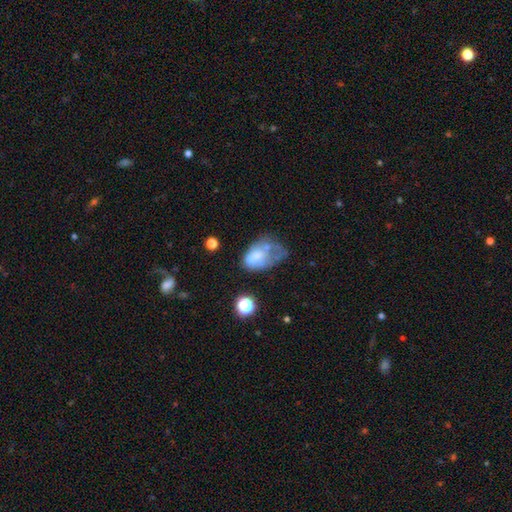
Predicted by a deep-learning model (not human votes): Smooth or featured: smooth — 45% (featured or disk — 42%)
Merging: major disturbance — 31% (none — 25%)